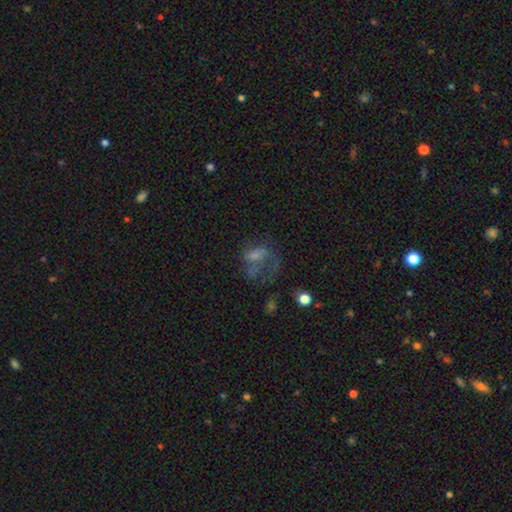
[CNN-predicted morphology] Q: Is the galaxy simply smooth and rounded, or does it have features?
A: featured or disk — 40%.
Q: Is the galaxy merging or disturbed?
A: major disturbance — 48%.